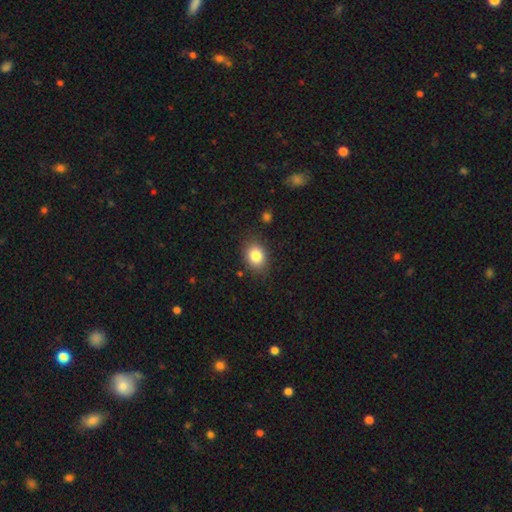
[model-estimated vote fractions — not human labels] smooth_or_featured: smooth (p=0.83) [alt: star or artifact p=0.10]
how_rounded: in between (p=0.57) [alt: round p=0.42]
merging: none (p=0.83) [alt: minor disturbance p=0.12]